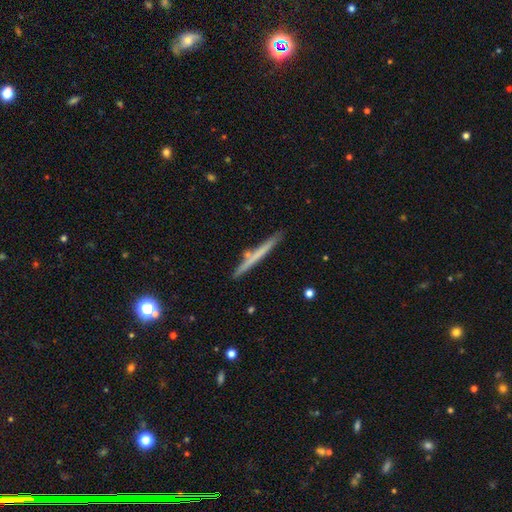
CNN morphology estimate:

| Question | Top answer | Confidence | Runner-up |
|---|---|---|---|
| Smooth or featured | smooth | 50% | featured or disk (44%) |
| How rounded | cigar-shaped | 97% | in between (2%) |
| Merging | none | 85% | minor disturbance (9%) |